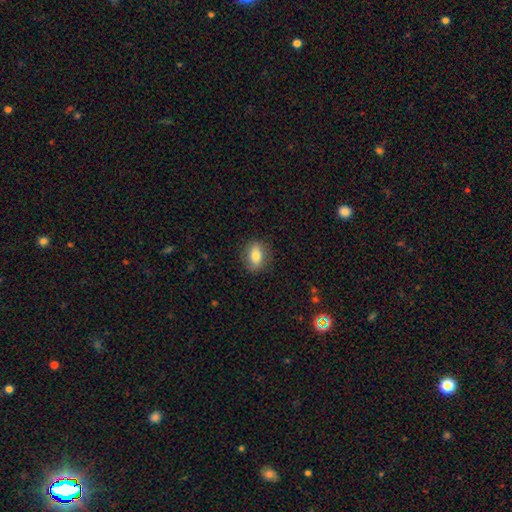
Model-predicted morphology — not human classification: Q: Smooth or featured?
A: smooth (74%); runner-up: featured or disk (18%)
Q: How rounded?
A: in between (71%); runner-up: round (27%)
Q: Merging?
A: none (83%); runner-up: minor disturbance (12%)